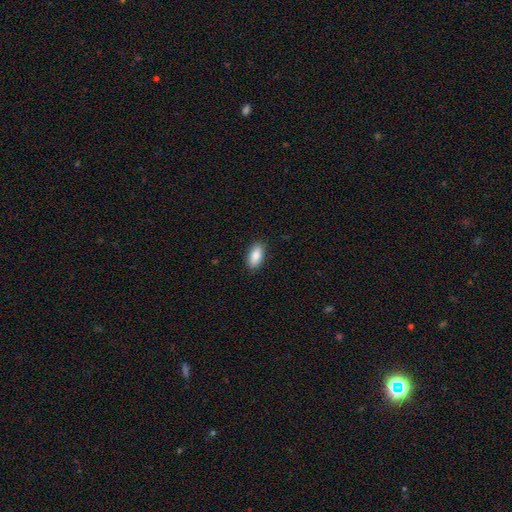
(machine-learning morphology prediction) This appears to be a smooth galaxy with no disk features (87%) that is in between round and cigar-shaped (89%). Merging: none (89%).